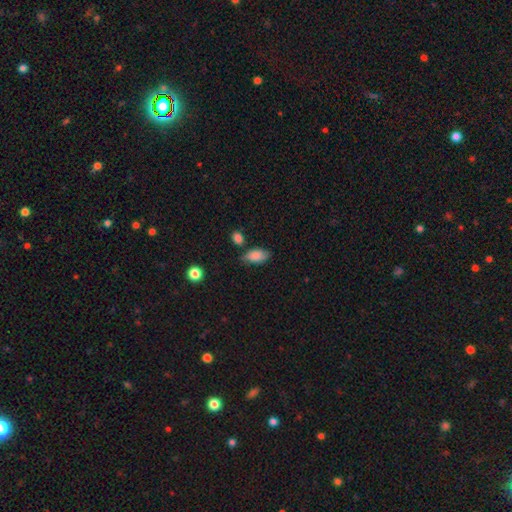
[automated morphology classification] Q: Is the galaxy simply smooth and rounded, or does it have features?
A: smooth — 84%.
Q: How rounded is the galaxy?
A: in between — 91%.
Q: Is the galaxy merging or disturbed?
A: none — 67%.